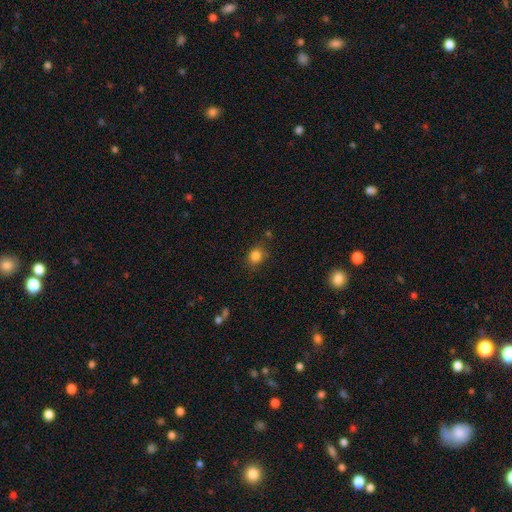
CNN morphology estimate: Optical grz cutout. It shows a smooth galaxy with no disk features (84%) that is round (66%). Merging: none (80%).